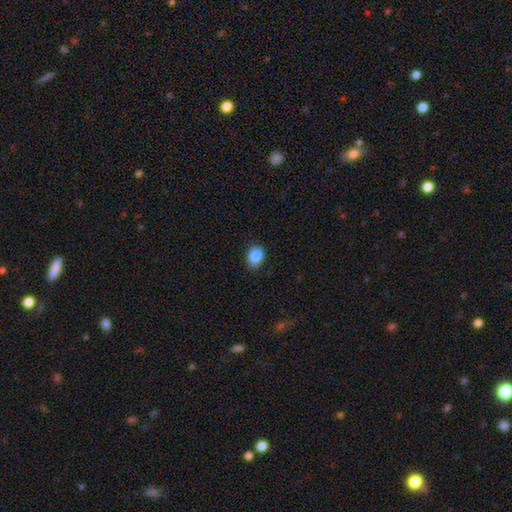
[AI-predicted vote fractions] smooth 87%, star or artifact 9%, featured or disk 4%. Down the decision tree: how rounded — in between (55%); merging — none (82%).